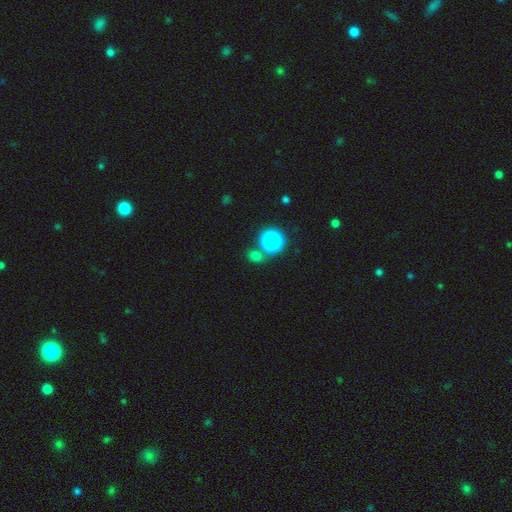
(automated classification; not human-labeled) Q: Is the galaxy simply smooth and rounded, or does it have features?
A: smooth — 68%.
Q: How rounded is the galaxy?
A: round — 67%.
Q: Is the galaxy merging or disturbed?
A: none — 66%.